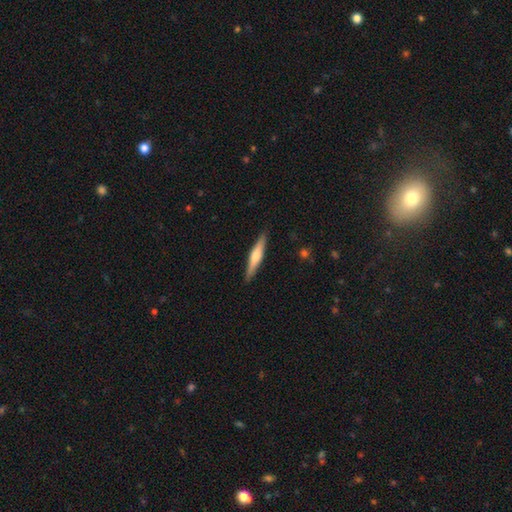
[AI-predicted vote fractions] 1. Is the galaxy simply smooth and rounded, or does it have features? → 53% featured or disk, 42% smooth, 5% star or artifact.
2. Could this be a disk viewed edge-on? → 96% yes, 4% no.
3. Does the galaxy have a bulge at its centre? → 81% rounded, 10% boxy, 9% none.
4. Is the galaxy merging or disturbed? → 90% none, 7% minor disturbance, 2% major disturbance, 1% merger.